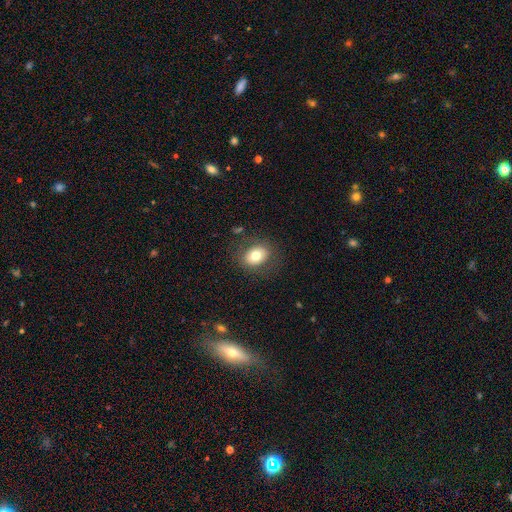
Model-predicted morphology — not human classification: smooth_or_featured: smooth (p=0.74) [alt: featured or disk p=0.17]
how_rounded: in between (p=0.57) [alt: round p=0.42]
merging: none (p=0.83) [alt: minor disturbance p=0.11]